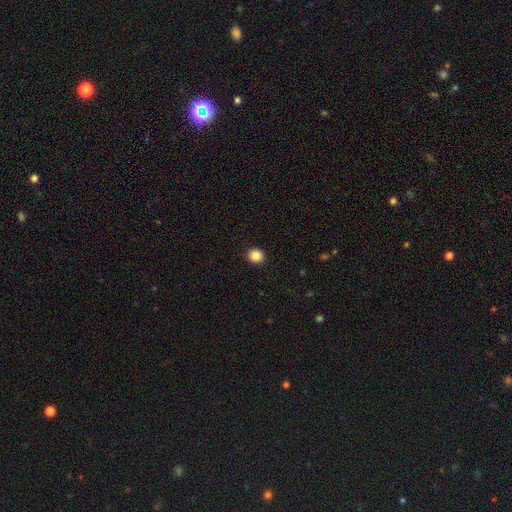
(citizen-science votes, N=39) A smooth galaxy with no disk features (87%) that is round (85%). Merging: none (92%).